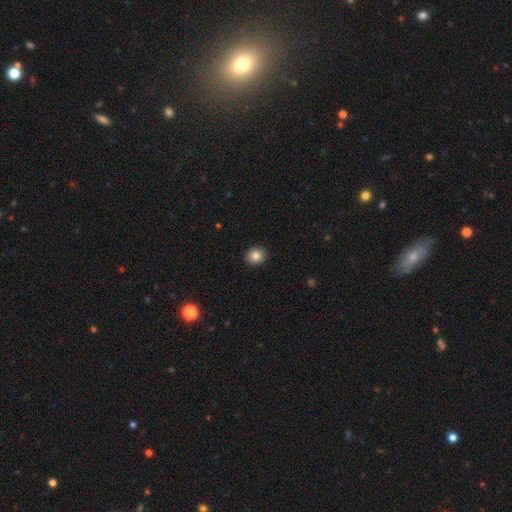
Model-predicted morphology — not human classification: This appears to be a smooth galaxy with no disk features (84%) that is round (70%). Merging: none (91%).